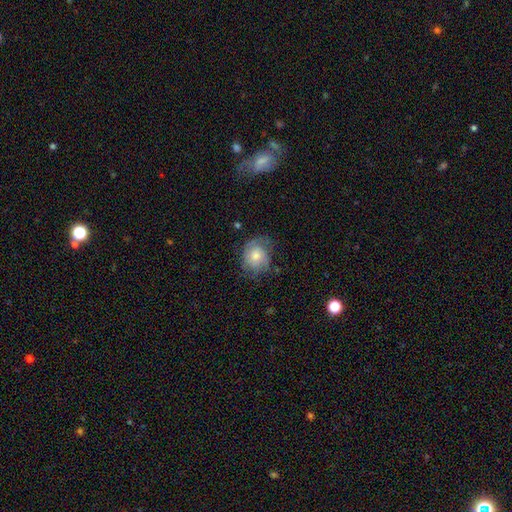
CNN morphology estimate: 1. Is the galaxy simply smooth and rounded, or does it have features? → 59% smooth, 34% featured or disk, 8% star or artifact.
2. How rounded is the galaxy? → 66% round, 33% in between, 1% cigar-shaped.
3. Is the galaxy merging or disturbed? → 54% none, 30% minor disturbance, 14% major disturbance, 2% merger.